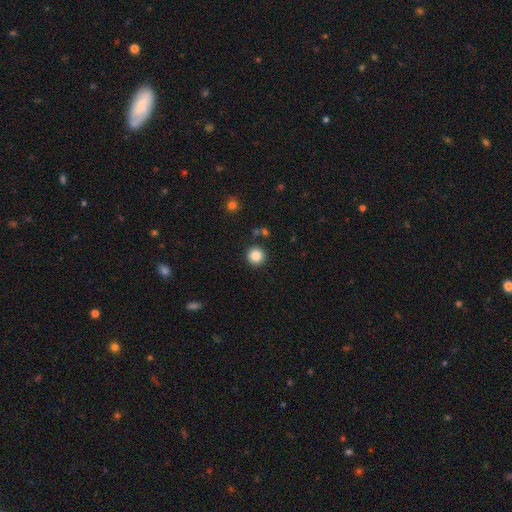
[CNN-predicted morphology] Smooth or featured? Predicted: smooth (p=0.86). How rounded? Predicted: round (p=0.96). Merging? Predicted: none (p=0.89).